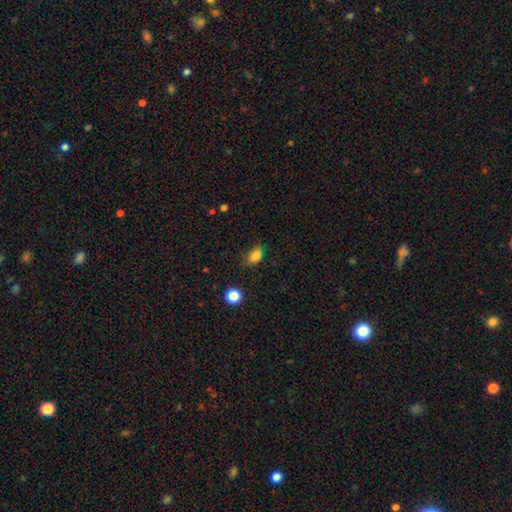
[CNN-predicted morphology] Smooth or featured? smooth (81%)
How rounded? in between (77%)
Merging? none (59%)